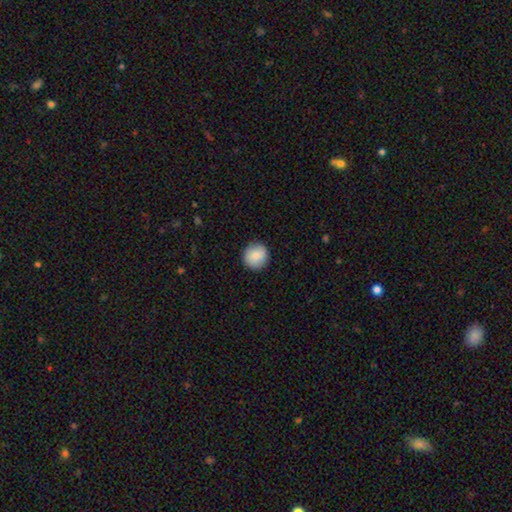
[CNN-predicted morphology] A smooth galaxy with no disk features (85%) that is round (94%). Merging: none (90%).